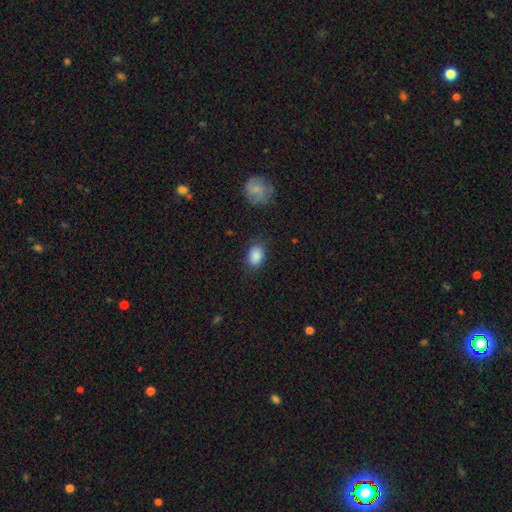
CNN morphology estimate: The model was most divided on "how rounded": in between: 75%, round: 24%, cigar-shaped: 1%. More confident: smooth or featured — smooth (87%); merging — none (81%).